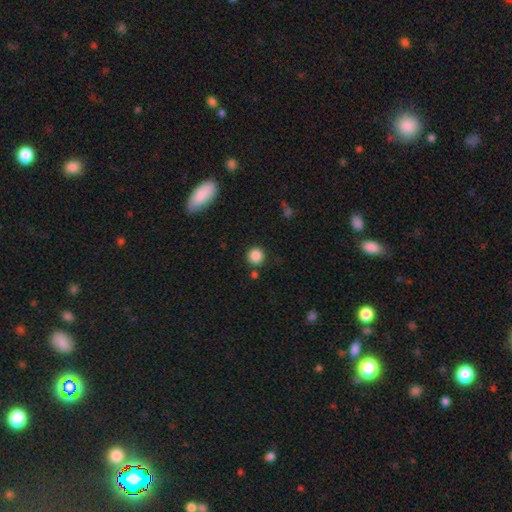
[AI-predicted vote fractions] This is clearly a smooth galaxy (86%). How rounded: clearly round (93%). Merging: clearly none (85%).